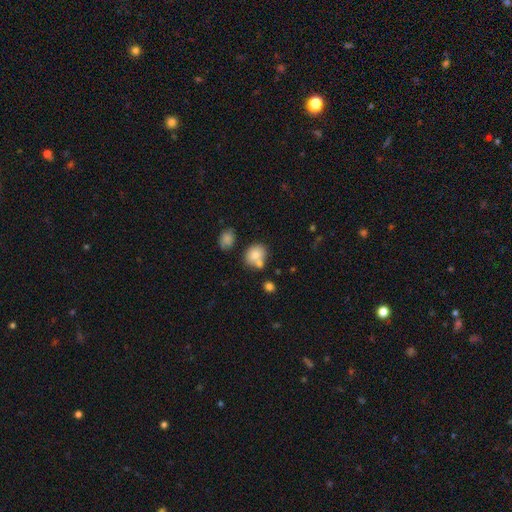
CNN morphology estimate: Smooth or featured? smooth (79%)
How rounded? round (52%)
Merging? none (52%)